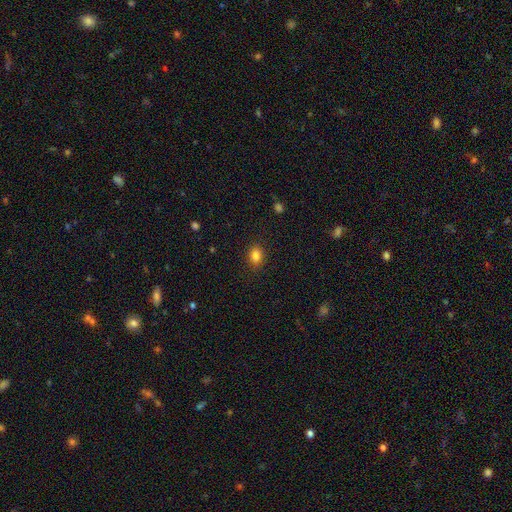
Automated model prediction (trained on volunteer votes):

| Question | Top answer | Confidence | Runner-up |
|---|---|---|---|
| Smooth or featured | smooth | 84% | star or artifact (11%) |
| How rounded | in between | 64% | round (34%) |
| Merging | none | 87% | minor disturbance (9%) |